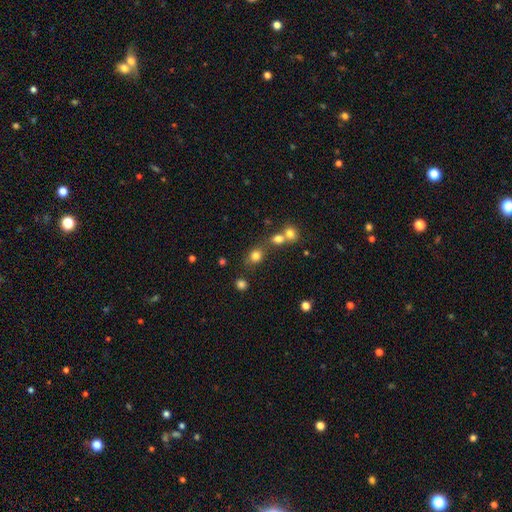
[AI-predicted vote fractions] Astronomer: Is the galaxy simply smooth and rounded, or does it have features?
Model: smooth — 78%.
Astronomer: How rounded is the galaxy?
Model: round — 70%.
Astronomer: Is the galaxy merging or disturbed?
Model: none — 62%.